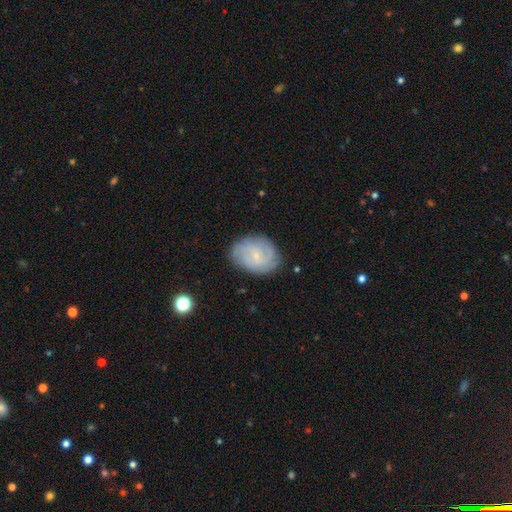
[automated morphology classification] Smooth or featured: featured or disk — 70% (smooth — 22%)
Edge-on disk: no — 98% (yes — 2%)
Bar: no — 65% (weak — 31%)
Spiral arms: yes — 93% (no — 7%)
Spiral winding: tight — 58% (medium — 32%)
Spiral arm count: can't tell — 36% (3 — 20%)
Bulge size: small — 79% (moderate — 12%)
Merging: none — 79% (minor disturbance — 16%)